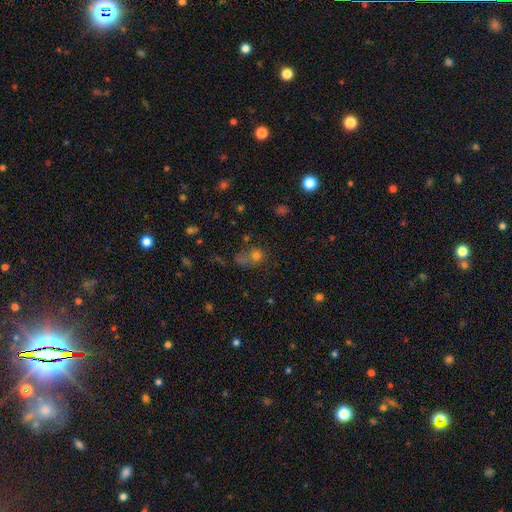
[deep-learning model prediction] A smooth galaxy with no disk features (61%) that is round (73%). Merging: none (42%).